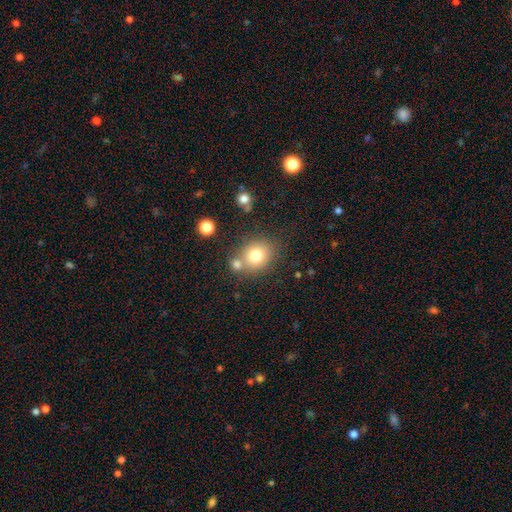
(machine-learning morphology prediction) Smooth or featured: smooth — 76% (featured or disk — 12%)
How rounded: round — 69% (in between — 30%)
Merging: none — 61% (merger — 24%)